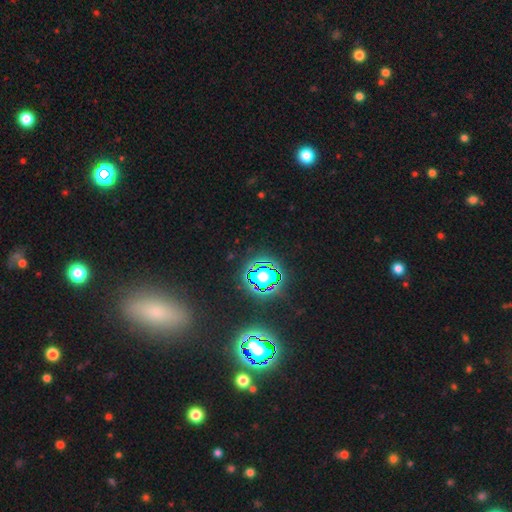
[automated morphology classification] type=star or artifact (71%).